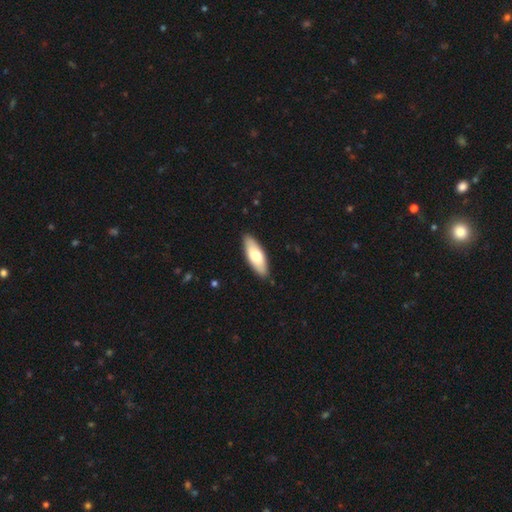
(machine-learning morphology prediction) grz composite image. It shows a smooth galaxy with no disk features (68%) that is in between round and cigar-shaped (68%). Merging: none (88%).